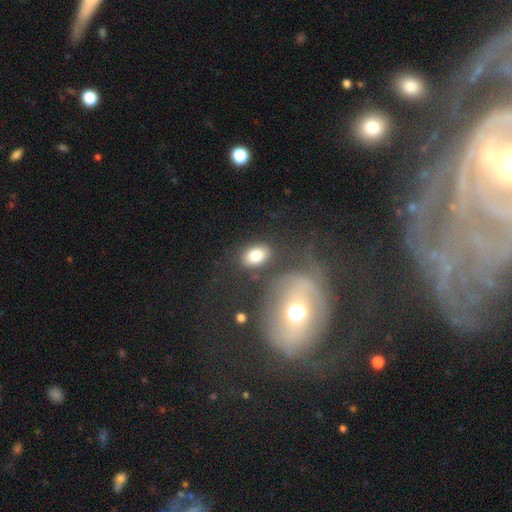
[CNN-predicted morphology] Overall: smooth (80%). How rounded: in between (84%). Merging: none (77%).